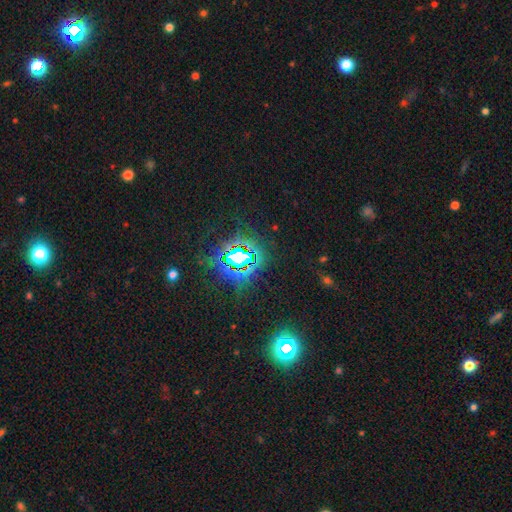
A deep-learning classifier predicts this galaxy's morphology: Overall: star or artifact (80%).